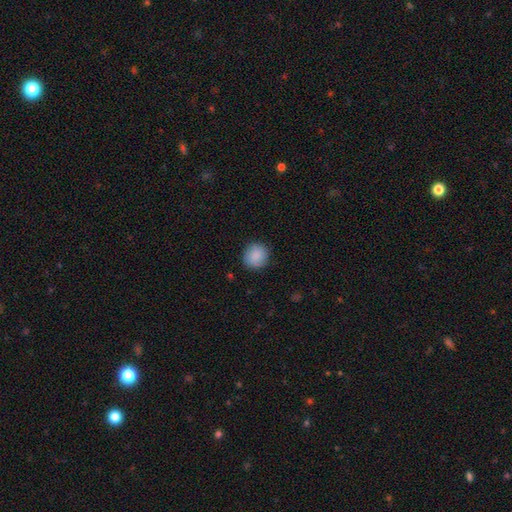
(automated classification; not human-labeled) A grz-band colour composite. It shows a smooth galaxy with no disk features (88%) that is round (89%). Merging: none (87%).